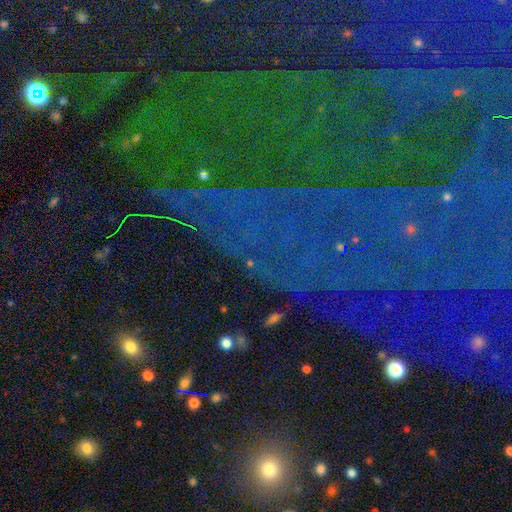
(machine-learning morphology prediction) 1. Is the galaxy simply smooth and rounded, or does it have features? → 80% star or artifact, 10% smooth, 9% featured or disk.